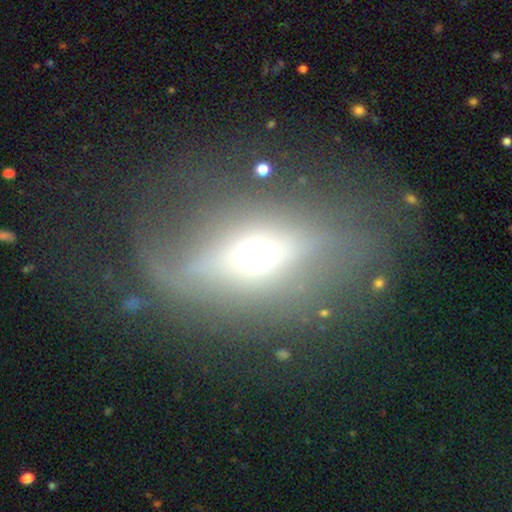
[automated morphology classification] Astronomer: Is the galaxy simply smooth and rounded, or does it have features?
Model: smooth — 43% (runner-up: featured or disk, 39%).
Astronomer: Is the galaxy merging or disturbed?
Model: none — 61%.